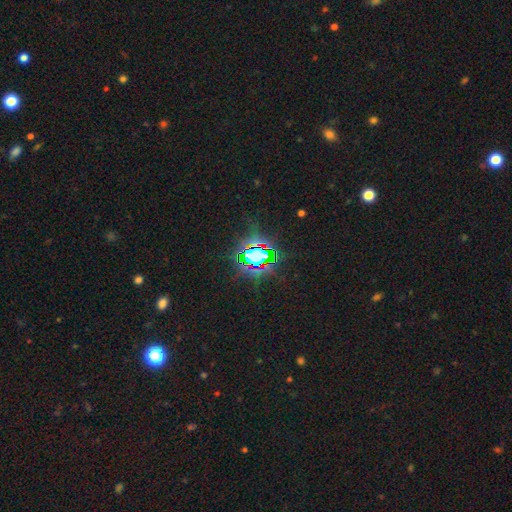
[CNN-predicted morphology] Smooth or featured? star or artifact (73%)